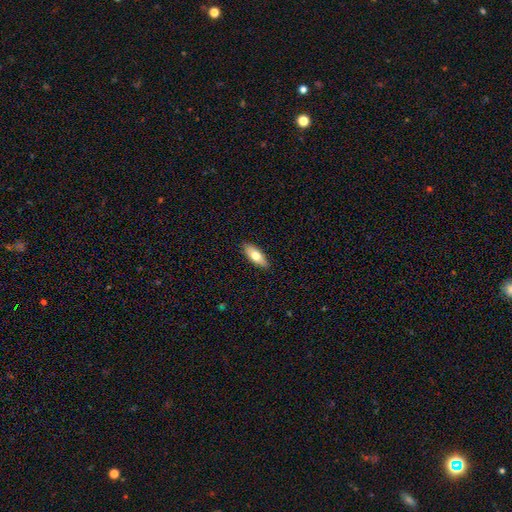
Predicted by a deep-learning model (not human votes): Q: Smooth or featured?
A: smooth (70%); runner-up: featured or disk (24%)
Q: How rounded?
A: in between (75%); runner-up: cigar-shaped (22%)
Q: Merging?
A: none (89%); runner-up: minor disturbance (9%)